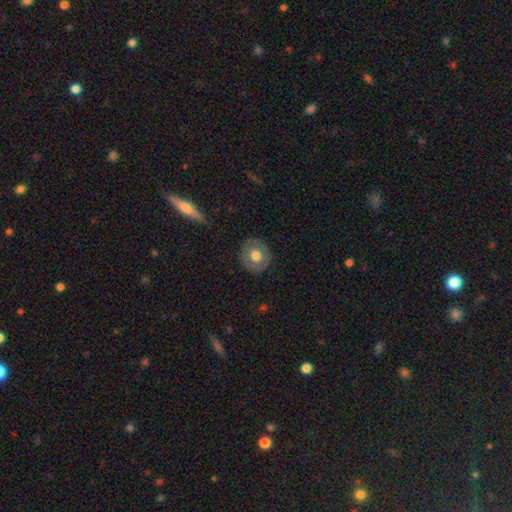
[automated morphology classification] Smooth or featured? Predicted: smooth (p=0.63). How rounded? Predicted: round (p=0.83). Merging? Predicted: none (p=0.86).